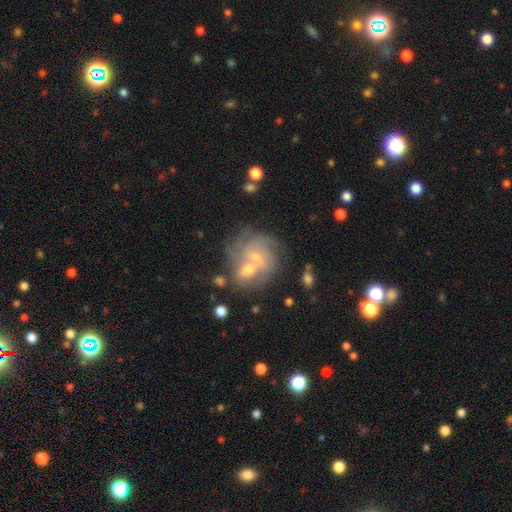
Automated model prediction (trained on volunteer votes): Overall: featured or disk (51%; smooth 39%). Edge-on disk: no (96%). Merging: merger (46%; none 29%).